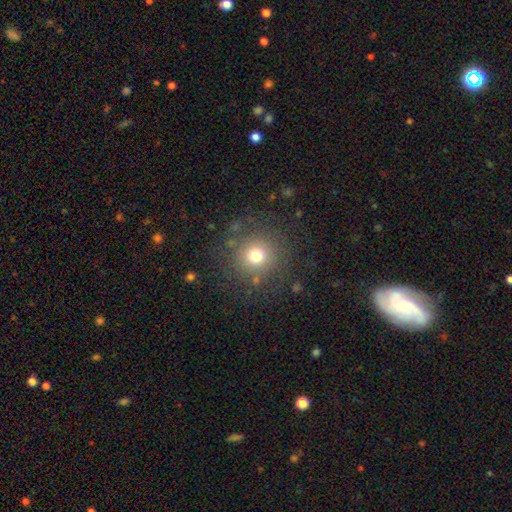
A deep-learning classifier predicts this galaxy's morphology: This appears to be a smooth galaxy with no disk features (72%) that is round (94%). Merging: none (82%).